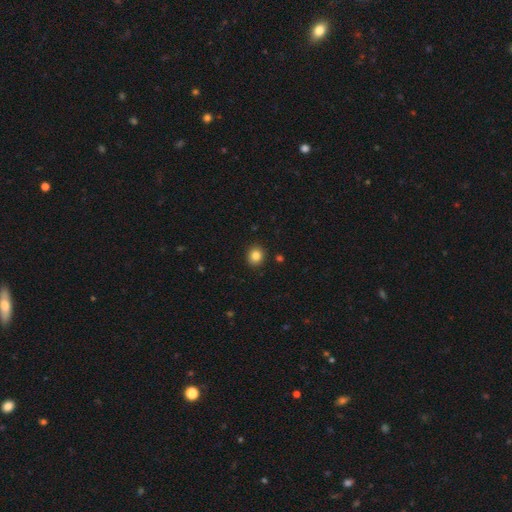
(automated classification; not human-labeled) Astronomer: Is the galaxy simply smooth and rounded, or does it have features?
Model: smooth — 85%.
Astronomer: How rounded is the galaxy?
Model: round — 75%.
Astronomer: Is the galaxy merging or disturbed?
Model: none — 91%.